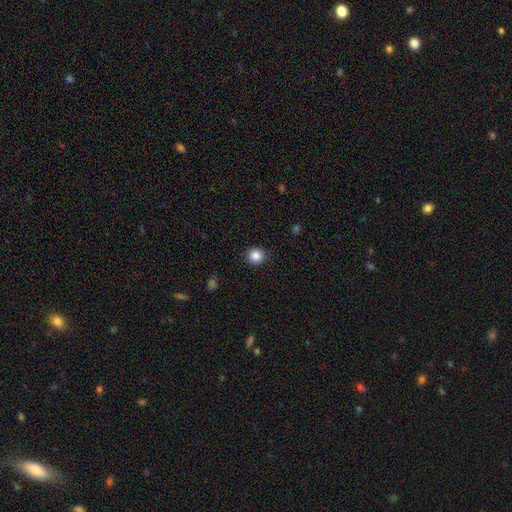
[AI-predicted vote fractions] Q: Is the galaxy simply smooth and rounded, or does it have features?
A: smooth — 85%.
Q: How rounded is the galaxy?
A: round — 92%.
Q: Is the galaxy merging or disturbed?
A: none — 92%.